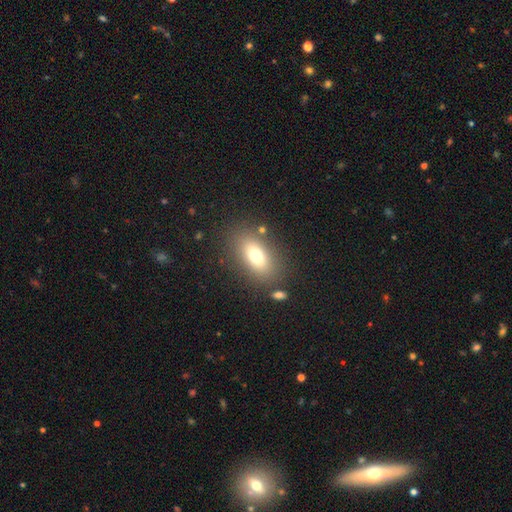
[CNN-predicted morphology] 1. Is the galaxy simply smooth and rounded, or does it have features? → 74% smooth, 16% featured or disk, 10% star or artifact.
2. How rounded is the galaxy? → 85% in between, 10% round, 5% cigar-shaped.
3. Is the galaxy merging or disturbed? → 81% none, 10% minor disturbance, 5% major disturbance, 4% merger.